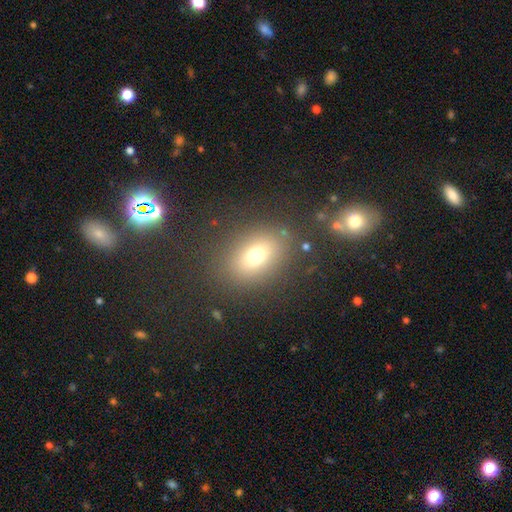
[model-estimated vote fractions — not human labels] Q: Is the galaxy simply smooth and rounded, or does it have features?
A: smooth — 71%.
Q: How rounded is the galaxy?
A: in between — 62%.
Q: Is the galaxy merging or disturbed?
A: none — 82%.